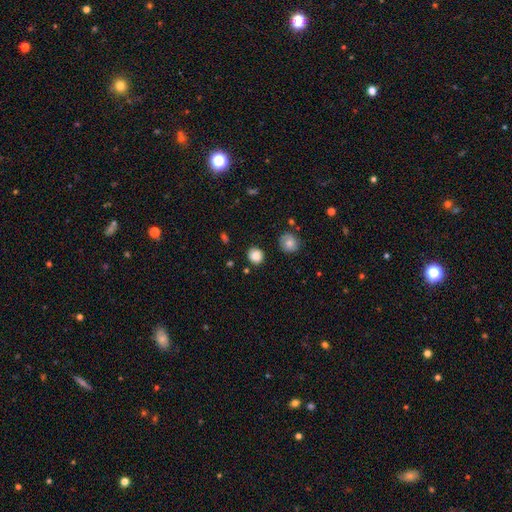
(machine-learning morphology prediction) smooth 86%, star or artifact 10%, featured or disk 5%. Down the decision tree: how rounded — round (87%); merging — none (85%).